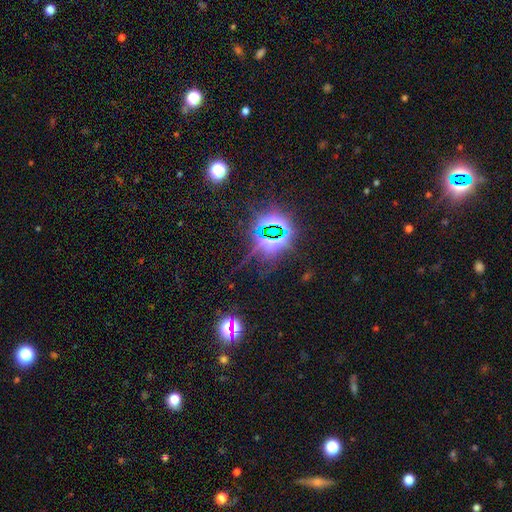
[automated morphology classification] This is likely a star or artifact rather than a galaxy (75%).